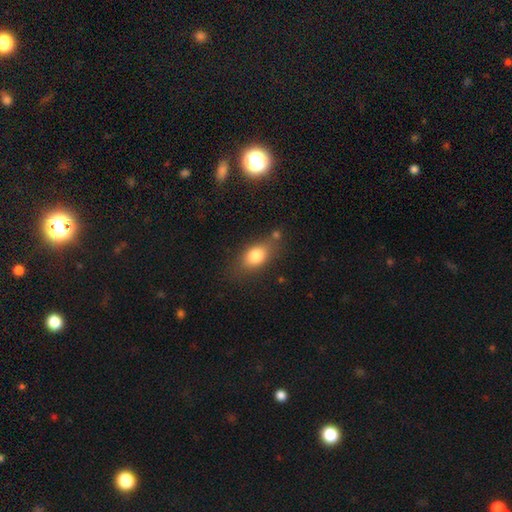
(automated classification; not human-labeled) smooth_or_featured: smooth (p=0.81) [alt: featured or disk p=0.11]
how_rounded: in between (p=0.79) [alt: round p=0.16]
merging: none (p=0.68) [alt: minor disturbance p=0.19]